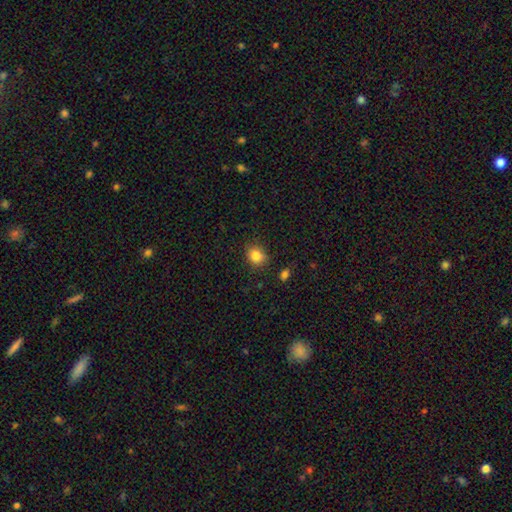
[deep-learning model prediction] Morphology: type=smooth (84%); roundness=round (64%); merging=none (81%).